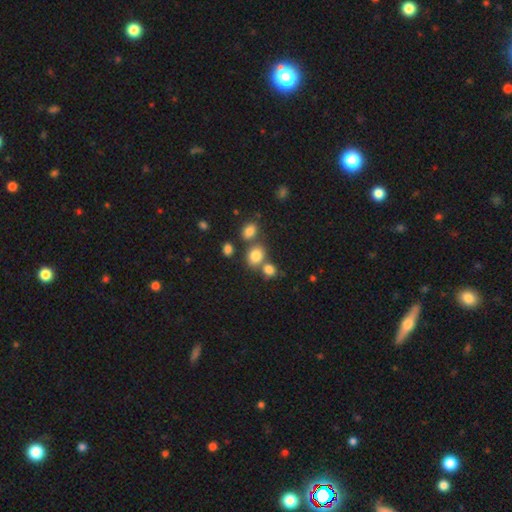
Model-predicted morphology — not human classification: smooth_or_featured: smooth (p=0.80) [alt: star or artifact p=0.13]
how_rounded: round (p=0.60) [alt: in between p=0.38]
merging: none (p=0.57) [alt: merger p=0.28]